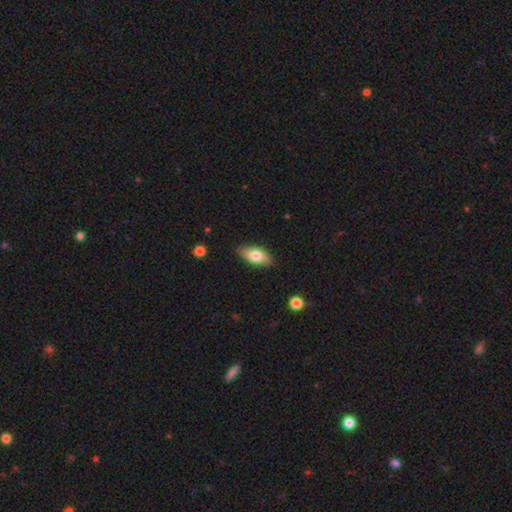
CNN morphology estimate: Smooth or featured: smooth — 77% (featured or disk — 16%)
How rounded: in between — 87% (cigar-shaped — 10%)
Merging: none — 86% (minor disturbance — 11%)